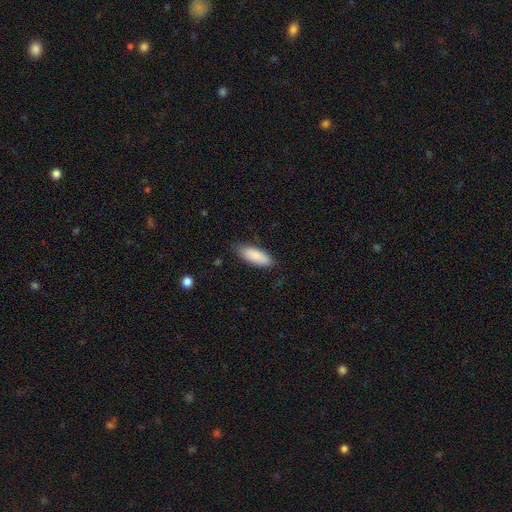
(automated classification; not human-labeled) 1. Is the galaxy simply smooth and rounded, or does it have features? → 86% smooth, 8% featured or disk, 6% star or artifact.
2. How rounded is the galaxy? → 75% in between, 23% cigar-shaped, 2% round.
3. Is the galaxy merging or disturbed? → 80% none, 16% minor disturbance, 3% major disturbance, 1% merger.